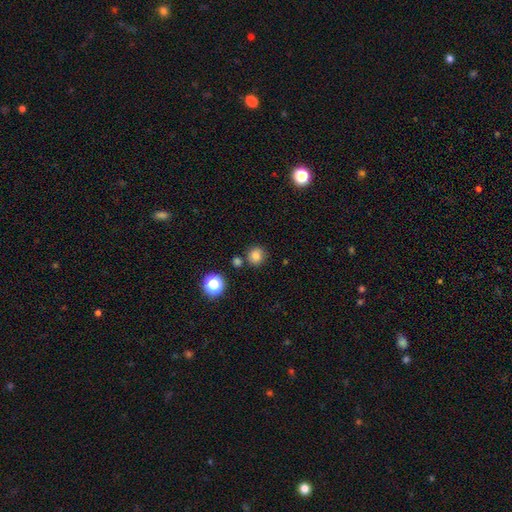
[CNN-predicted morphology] smooth_or_featured: smooth (p=0.80) [alt: star or artifact p=0.15]
how_rounded: round (p=0.87) [alt: in between p=0.12]
merging: none (p=0.78) [alt: minor disturbance p=0.10]